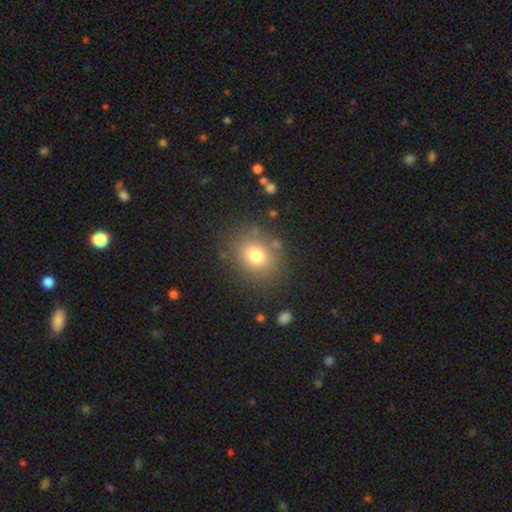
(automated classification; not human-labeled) Smooth or featured: smooth — 76% (star or artifact — 13%)
How rounded: round — 60% (in between — 39%)
Merging: none — 83% (minor disturbance — 10%)